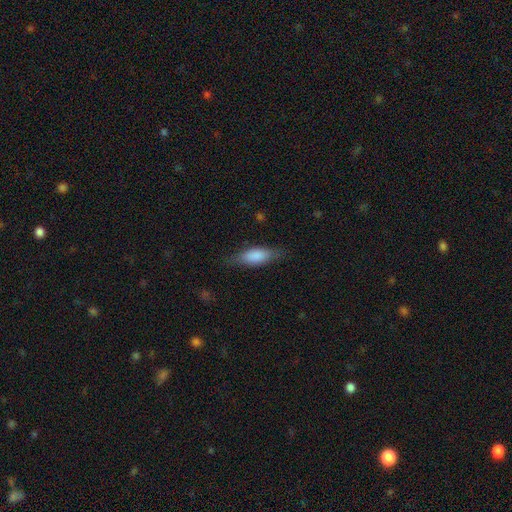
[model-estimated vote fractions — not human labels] This appears to be a smooth galaxy with no disk features (78%) that is in between round and cigar-shaped (66%). Merging: none (76%).